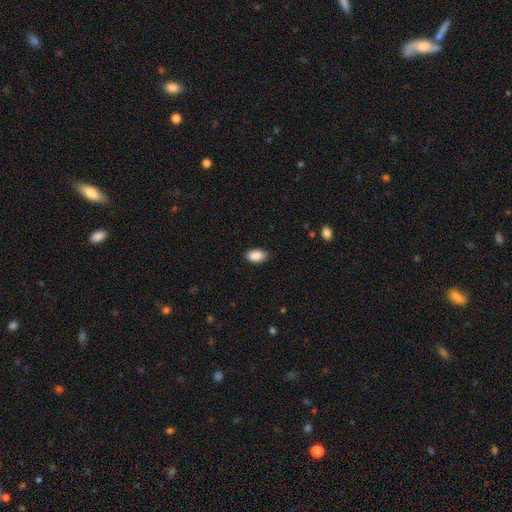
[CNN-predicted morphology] Smooth or featured? smooth (90%)
How rounded? in between (93%)
Merging? none (85%)